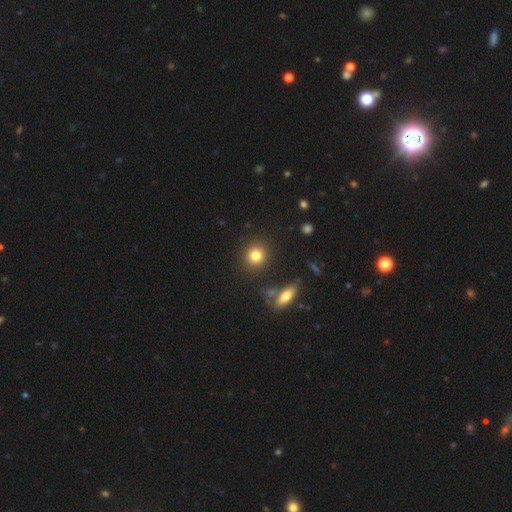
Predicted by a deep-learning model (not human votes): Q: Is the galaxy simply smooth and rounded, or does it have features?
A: smooth — 81%.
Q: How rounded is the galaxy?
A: round — 86%.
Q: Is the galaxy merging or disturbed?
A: none — 86%.